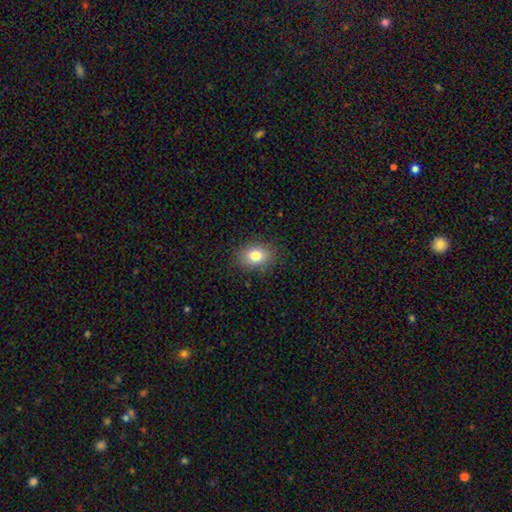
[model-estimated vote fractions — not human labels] The model was most divided on "how rounded": in between: 64%, round: 35%, cigar-shaped: 1%. More confident: merging — none (86%); smooth or featured — smooth (81%).